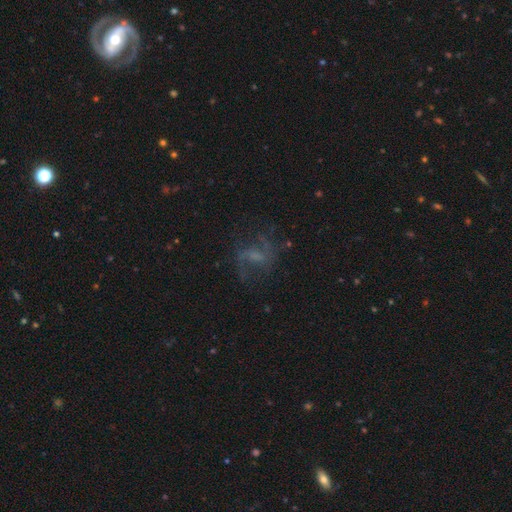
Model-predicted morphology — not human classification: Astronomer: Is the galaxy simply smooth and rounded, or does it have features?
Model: featured or disk — 66%.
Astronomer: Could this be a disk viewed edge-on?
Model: no — 96%.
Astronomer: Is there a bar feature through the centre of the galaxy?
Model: weak — 50% (runner-up: no, 32%).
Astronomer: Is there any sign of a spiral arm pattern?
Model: yes — 84%.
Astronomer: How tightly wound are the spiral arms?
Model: loose — 55% (runner-up: medium, 37%).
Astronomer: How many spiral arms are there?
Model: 2 — 78%.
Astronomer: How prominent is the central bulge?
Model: none — 37% (runner-up: small, 34%).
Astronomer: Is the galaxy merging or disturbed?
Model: none — 64%.